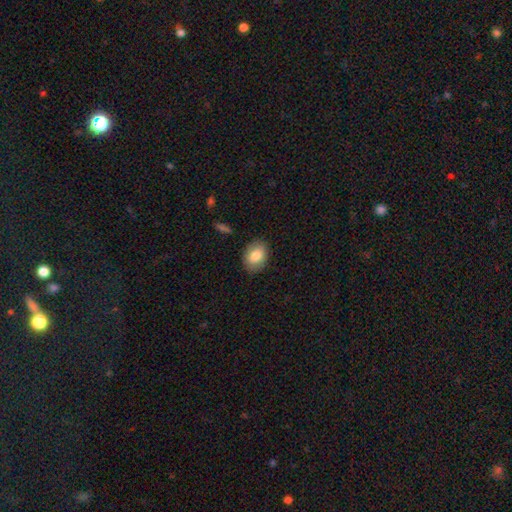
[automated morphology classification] A smooth galaxy with no disk features (82%) that is in between round and cigar-shaped (79%).

Vote fractions:
- Smooth or featured? smooth: 82% / featured or disk: 11% / star or artifact: 7%
- How rounded? in between: 79% / round: 20% / cigar-shaped: 1%
- Merging? none: 85% / minor disturbance: 11% / major disturbance: 3% / merger: 1%